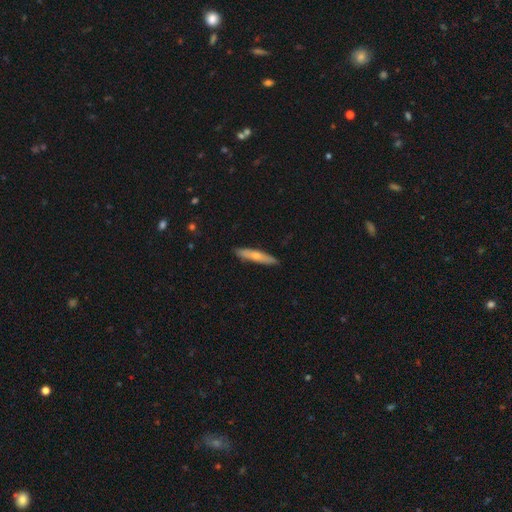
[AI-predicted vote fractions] The model was most divided on "smooth or featured": smooth: 59%, featured or disk: 36%, star or artifact: 5%. More confident: merging — none (89%); how rounded — cigar-shaped (87%).